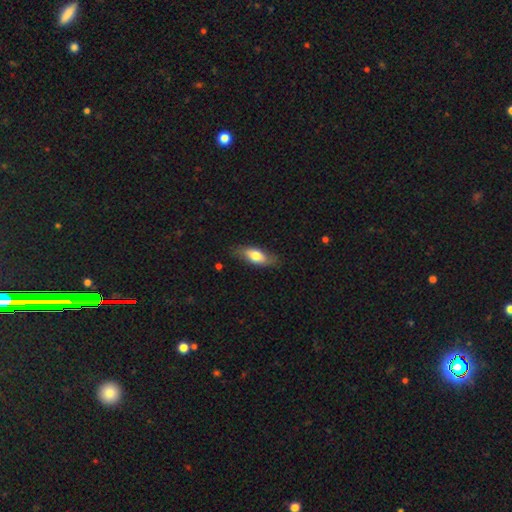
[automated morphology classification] smooth_or_featured: smooth (p=0.68) [alt: featured or disk p=0.26]
how_rounded: in between (p=0.74) [alt: cigar-shaped p=0.23]
merging: none (p=0.77) [alt: minor disturbance p=0.18]